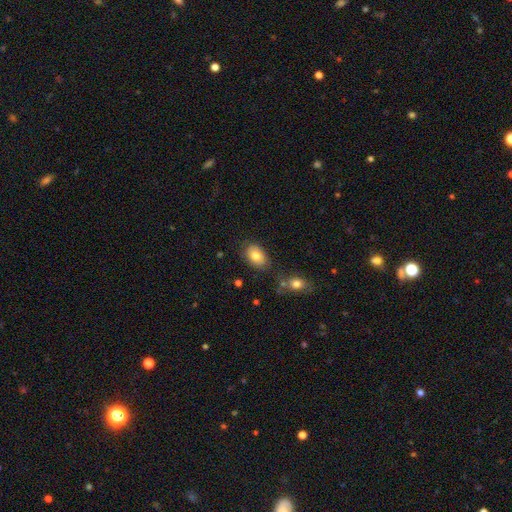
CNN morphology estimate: A smooth galaxy with no disk features (79%) that is in between round and cigar-shaped (86%).

Vote fractions:
- Smooth or featured? smooth: 79% / featured or disk: 13% / star or artifact: 8%
- How rounded? in between: 86% / round: 13% / cigar-shaped: 1%
- Merging? none: 78% / minor disturbance: 14% / merger: 5% / major disturbance: 4%